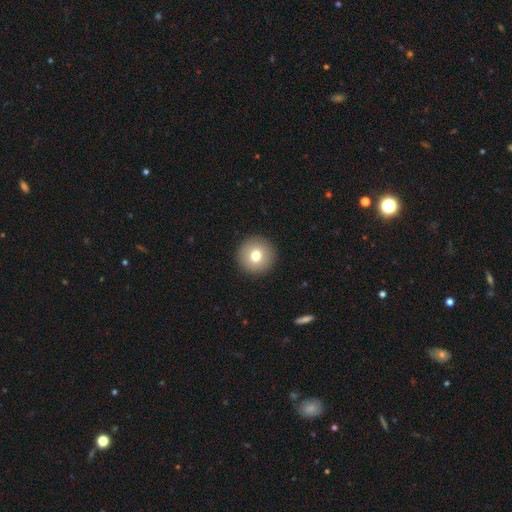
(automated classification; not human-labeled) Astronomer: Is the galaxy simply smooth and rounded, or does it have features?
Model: smooth — 75%.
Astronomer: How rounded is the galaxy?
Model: round — 96%.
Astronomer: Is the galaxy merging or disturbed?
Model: none — 93%.